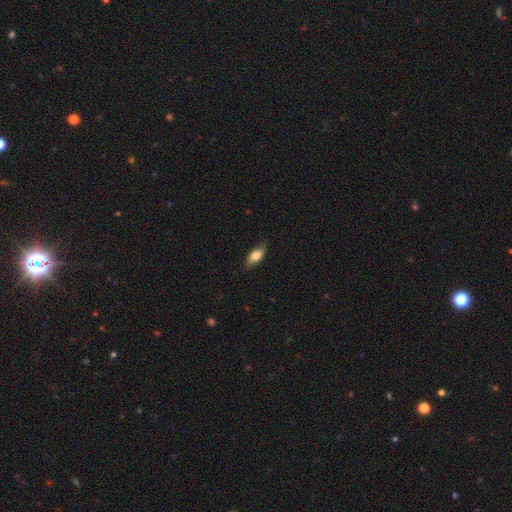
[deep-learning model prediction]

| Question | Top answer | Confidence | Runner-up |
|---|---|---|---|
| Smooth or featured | smooth | 74% | featured or disk (20%) |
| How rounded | in between | 82% | cigar-shaped (14%) |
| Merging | none | 81% | minor disturbance (16%) |